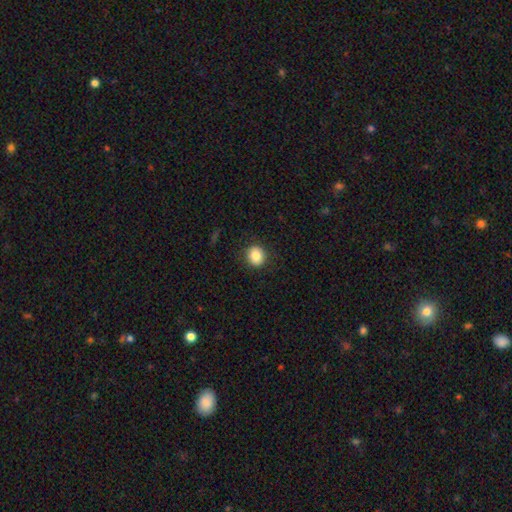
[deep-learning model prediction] This is clearly a smooth galaxy (85%). How rounded: likely round (77%). Merging: clearly none (89%).